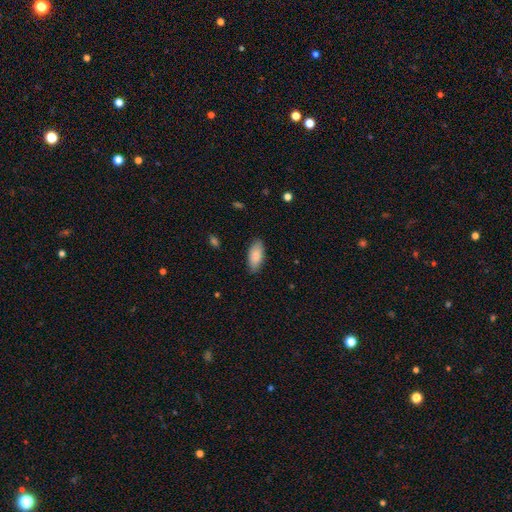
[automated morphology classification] smooth_or_featured: smooth (p=0.87) [alt: featured or disk p=0.07]
how_rounded: in between (p=0.88) [alt: cigar-shaped p=0.10]
merging: none (p=0.86) [alt: minor disturbance p=0.11]